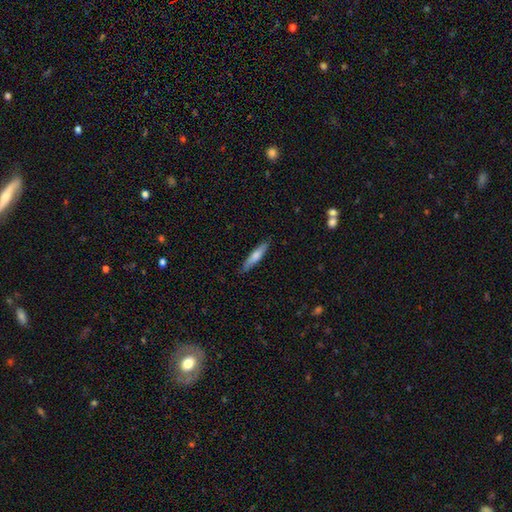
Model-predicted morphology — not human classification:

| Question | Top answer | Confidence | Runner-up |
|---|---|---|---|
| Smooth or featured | smooth | 67% | featured or disk (27%) |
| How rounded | cigar-shaped | 85% | in between (14%) |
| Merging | none | 86% | minor disturbance (11%) |